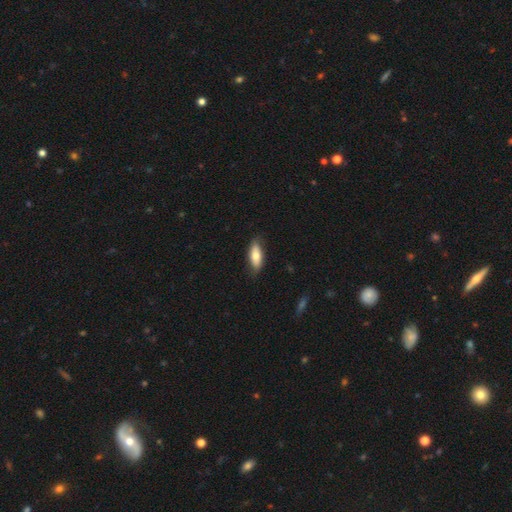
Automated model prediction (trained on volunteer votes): Smooth or featured?
  - smooth: 75% *
  - featured or disk: 19%
  - star or artifact: 6%
How rounded?
  - in between: 73% *
  - cigar-shaped: 25%
  - round: 2%
Merging?
  - none: 79% *
  - minor disturbance: 17%
  - major disturbance: 3%
  - merger: 1%